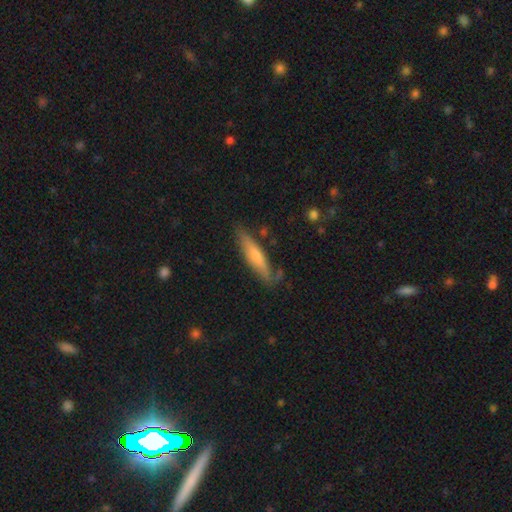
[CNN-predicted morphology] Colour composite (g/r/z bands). It shows a smooth galaxy with no disk features (54%) that is cigar-shaped (84%). Merging: none (76%).